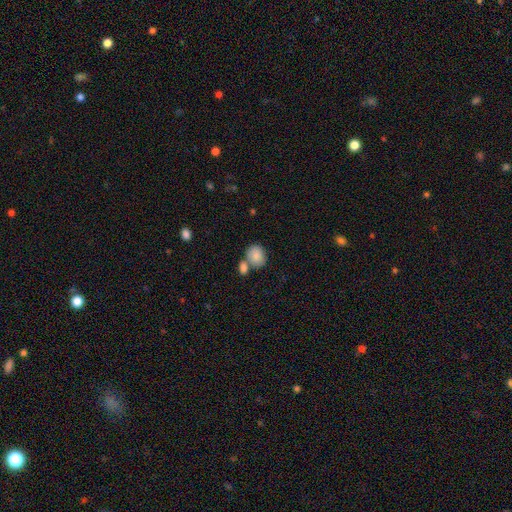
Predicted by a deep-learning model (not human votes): Morphology: type=smooth (85%); roundness=round (52%); merging=none (49%).